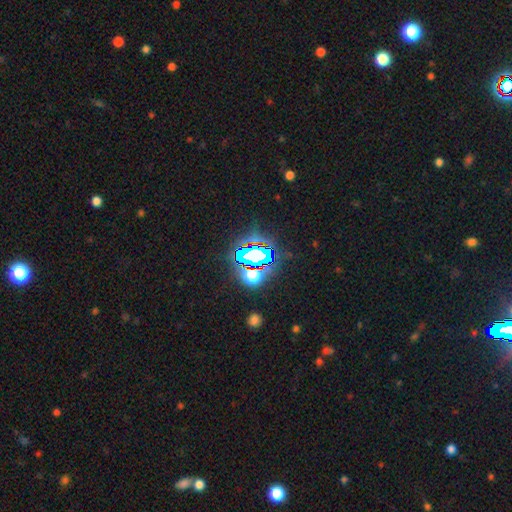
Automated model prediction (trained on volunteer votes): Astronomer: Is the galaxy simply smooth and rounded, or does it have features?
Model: star or artifact — 71%.